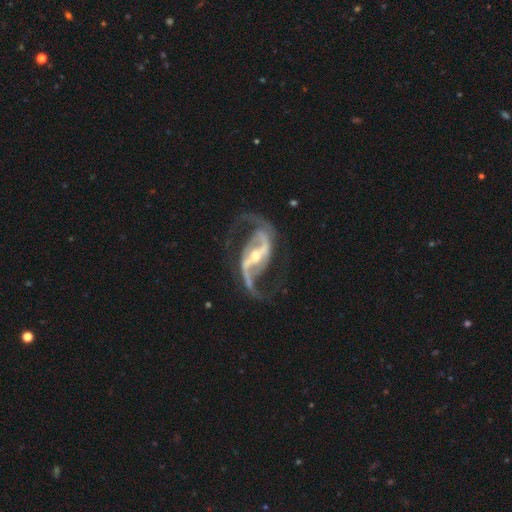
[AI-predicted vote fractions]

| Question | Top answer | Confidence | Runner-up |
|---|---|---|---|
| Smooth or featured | featured or disk | 93% | star or artifact (4%) |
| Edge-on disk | no | 97% | yes (3%) |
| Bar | strong | 66% | weak (25%) |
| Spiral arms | yes | 98% | no (2%) |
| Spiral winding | loose | 50% | medium (41%) |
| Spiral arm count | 2 | 94% | can't tell (2%) |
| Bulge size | moderate | 49% | small (45%) |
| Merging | none | 75% | minor disturbance (12%) |